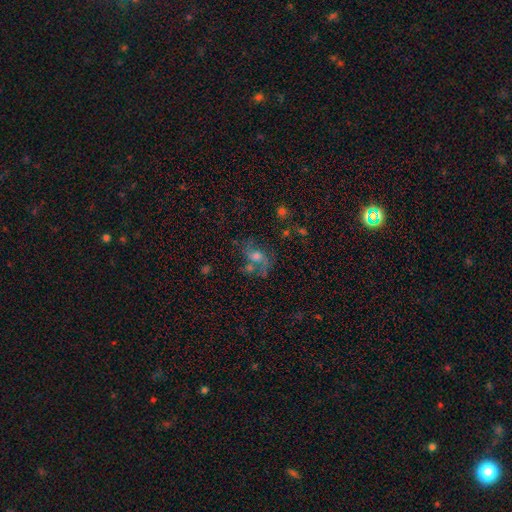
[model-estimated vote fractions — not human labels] Smooth or featured? smooth (42%)
Merging? none (41%)